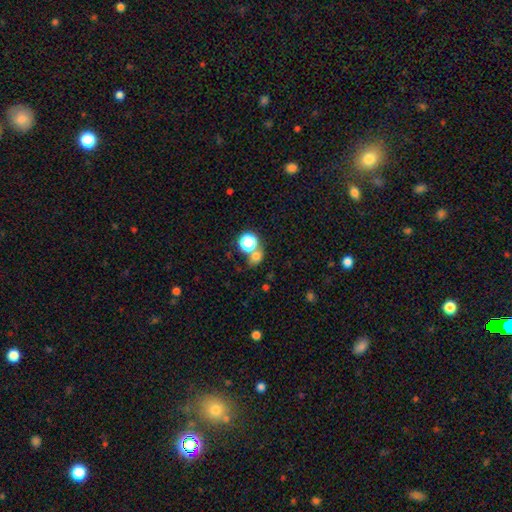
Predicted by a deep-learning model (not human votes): Smooth or featured? Predicted: smooth (p=0.68). How rounded? Predicted: round (p=0.64). Merging? Predicted: none (p=0.53).